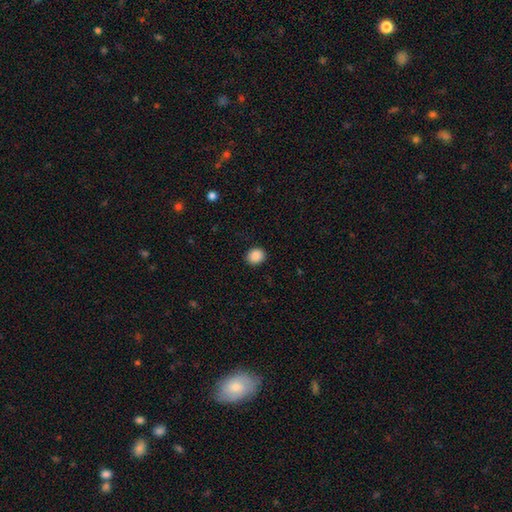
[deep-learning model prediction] Morphology: type=smooth (89%); roundness=round (68%); merging=none (90%).